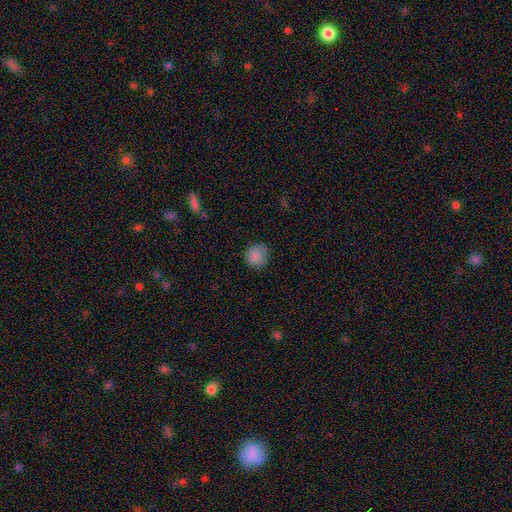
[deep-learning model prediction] This appears to be a smooth galaxy with no disk features (86%) that is round (89%). Merging: none (82%).